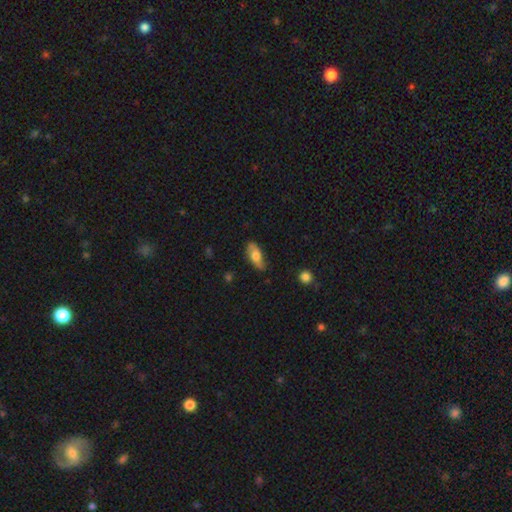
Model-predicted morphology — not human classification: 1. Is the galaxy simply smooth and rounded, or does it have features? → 59% smooth, 35% featured or disk, 6% star or artifact.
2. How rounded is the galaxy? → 82% in between, 14% cigar-shaped, 4% round.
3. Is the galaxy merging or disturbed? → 68% none, 25% minor disturbance, 5% major disturbance, 2% merger.